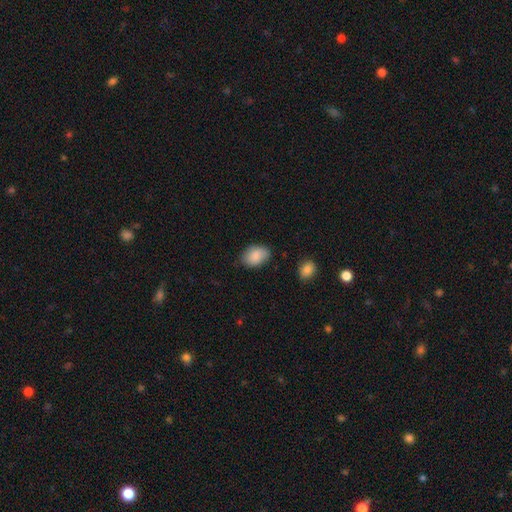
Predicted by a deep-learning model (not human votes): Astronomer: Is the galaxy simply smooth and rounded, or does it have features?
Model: smooth — 86%.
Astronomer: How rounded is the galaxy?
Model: in between — 85%.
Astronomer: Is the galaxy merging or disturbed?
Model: none — 78%.